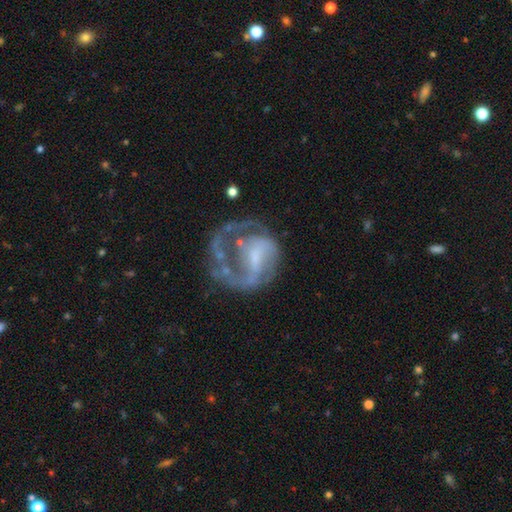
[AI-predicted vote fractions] Q: Smooth or featured?
A: featured or disk (76%); runner-up: smooth (15%)
Q: Edge-on disk?
A: no (98%); runner-up: yes (2%)
Q: Bar?
A: weak (42%); runner-up: no (40%)
Q: Spiral arms?
A: yes (72%); runner-up: no (28%)
Q: Spiral winding?
A: medium (39%); runner-up: loose (33%)
Q: Spiral arm count?
A: 1 (49%); runner-up: 2 (26%)
Q: Bulge size?
A: small (38%); runner-up: none (34%)
Q: Merging?
A: major disturbance (41%); runner-up: none (36%)